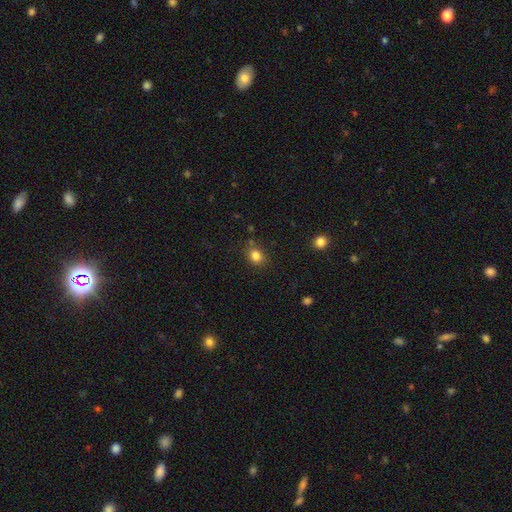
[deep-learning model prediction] Smooth or featured: smooth — 83% (star or artifact — 12%)
How rounded: round — 64% (in between — 36%)
Merging: none — 78% (minor disturbance — 13%)